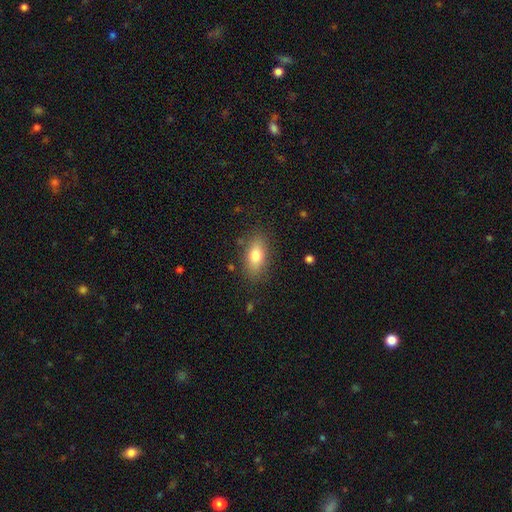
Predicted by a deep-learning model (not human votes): smooth 77%, featured or disk 15%, star or artifact 8%. Down the decision tree: how rounded — in between (86%); merging — none (82%).